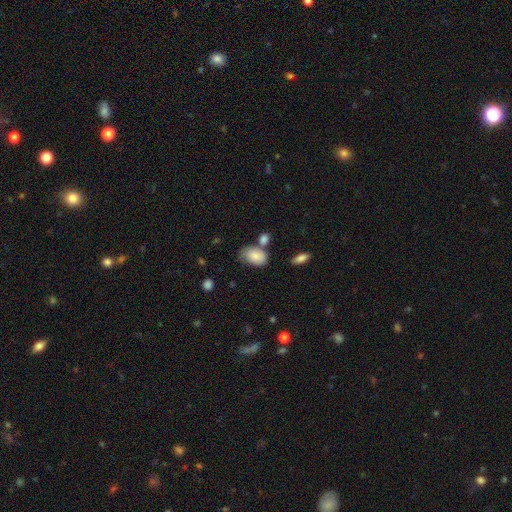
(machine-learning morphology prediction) Smooth or featured? Predicted: smooth (p=0.83). How rounded? Predicted: in between (p=0.87). Merging? Predicted: none (p=0.47).